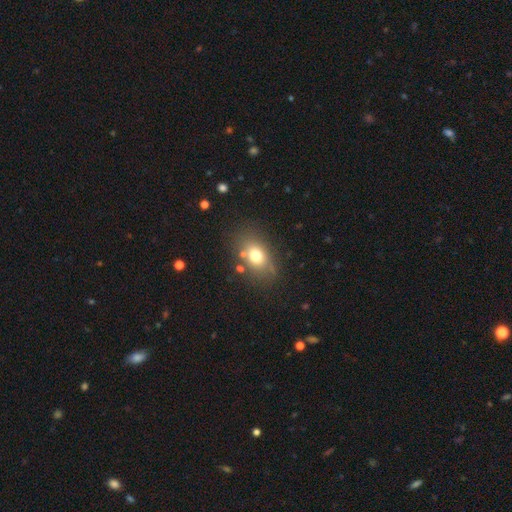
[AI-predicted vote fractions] smooth 72%, featured or disk 16%, star or artifact 12%. Down the decision tree: how rounded — in between (73%); merging — none (72%).